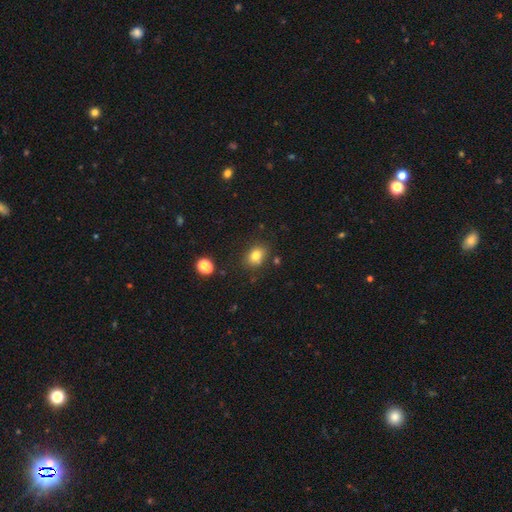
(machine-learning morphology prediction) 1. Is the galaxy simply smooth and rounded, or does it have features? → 79% smooth, 12% star or artifact, 9% featured or disk.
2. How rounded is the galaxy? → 58% in between, 41% round, 1% cigar-shaped.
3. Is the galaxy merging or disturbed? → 80% none, 12% minor disturbance, 4% merger, 3% major disturbance.